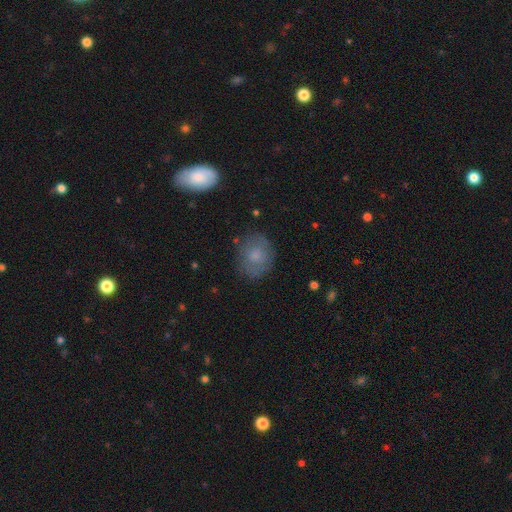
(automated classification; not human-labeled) smooth 70%, featured or disk 21%, star or artifact 9%. Down the decision tree: how rounded — round (65%); merging — none (74%).